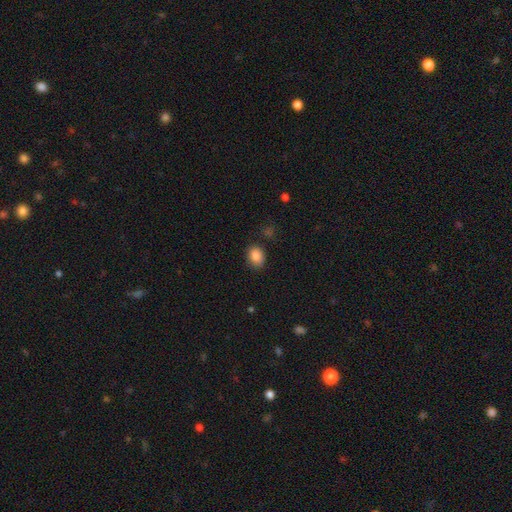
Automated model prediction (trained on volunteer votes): Morphology: type=smooth (87%); roundness=in between (65%); merging=none (80%).